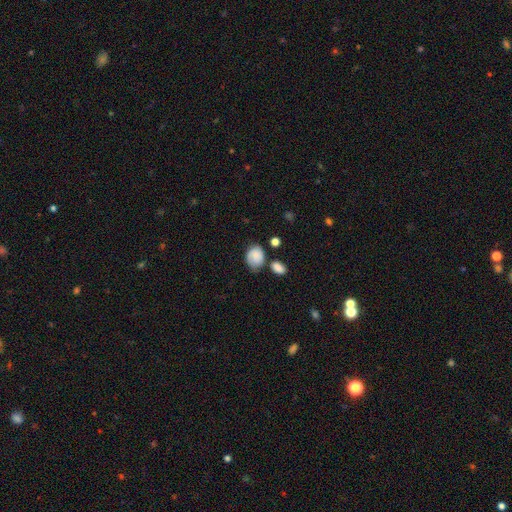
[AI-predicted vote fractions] Q: Smooth or featured?
A: smooth (77%); runner-up: featured or disk (15%)
Q: How rounded?
A: in between (55%); runner-up: round (44%)
Q: Merging?
A: none (51%); runner-up: minor disturbance (28%)